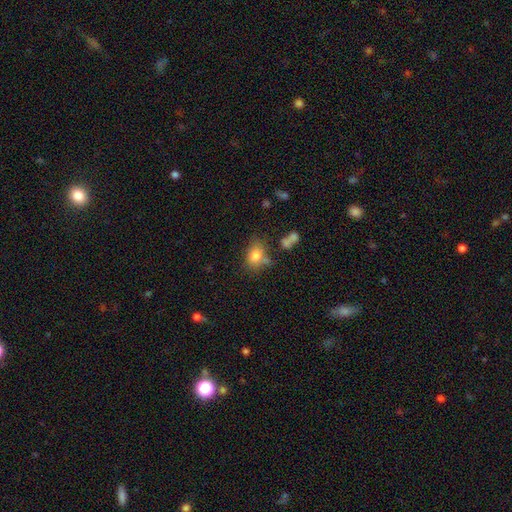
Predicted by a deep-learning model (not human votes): A smooth galaxy with no disk features (78%) that is in between round and cigar-shaped (63%). Merging: none (58%).